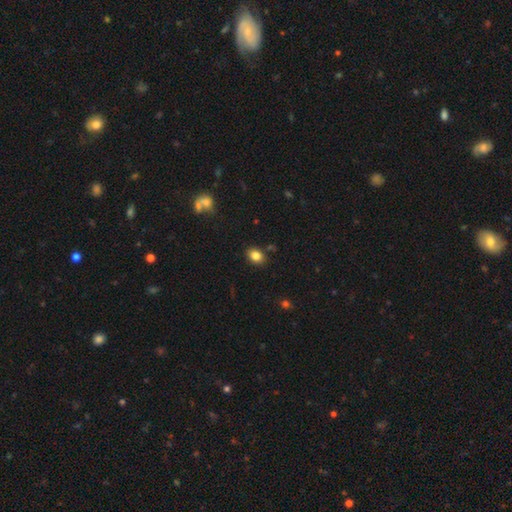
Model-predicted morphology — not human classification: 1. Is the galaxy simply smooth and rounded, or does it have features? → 83% smooth, 10% star or artifact, 6% featured or disk.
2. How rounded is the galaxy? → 62% in between, 37% round, 1% cigar-shaped.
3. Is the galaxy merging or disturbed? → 85% none, 10% minor disturbance, 3% merger, 2% major disturbance.